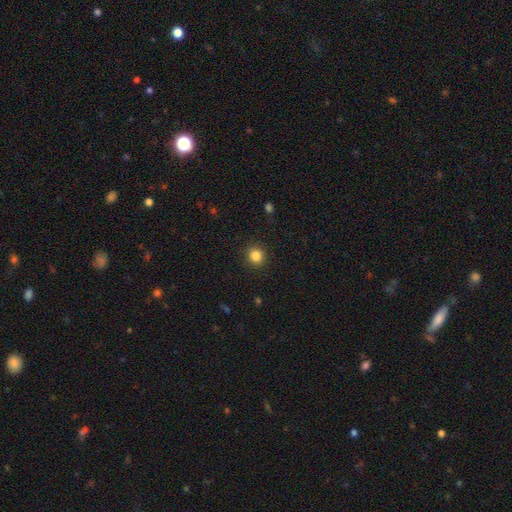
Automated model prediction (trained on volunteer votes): Smooth or featured?
  - smooth: 85% *
  - star or artifact: 11%
  - featured or disk: 4%
How rounded?
  - round: 89% *
  - in between: 10%
  - cigar-shaped: 1%
Merging?
  - none: 91% *
  - minor disturbance: 6%
  - major disturbance: 2%
  - merger: 1%